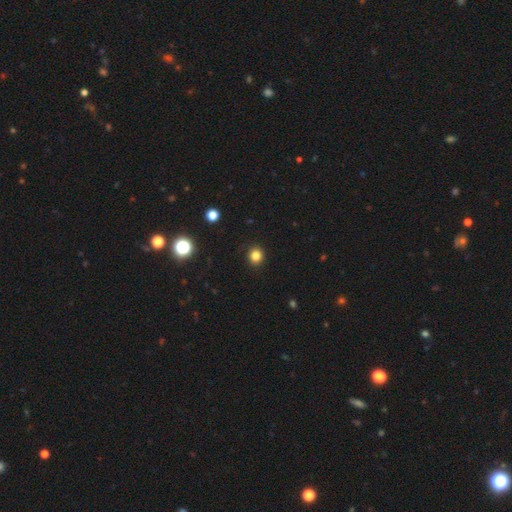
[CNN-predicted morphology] Q: Smooth or featured?
A: smooth (82%); runner-up: star or artifact (13%)
Q: How rounded?
A: round (87%); runner-up: in between (12%)
Q: Merging?
A: none (92%); runner-up: minor disturbance (5%)